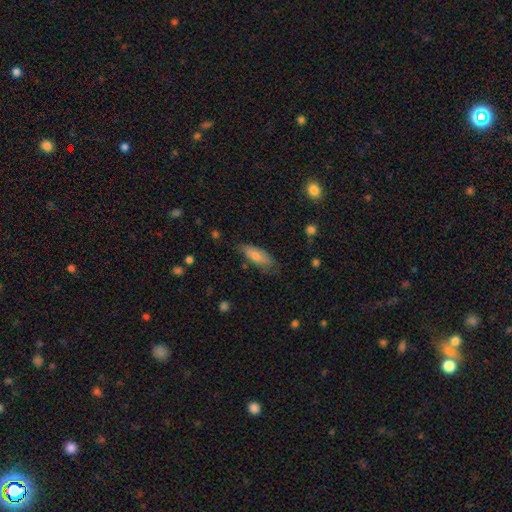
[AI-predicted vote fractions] A smooth galaxy with no disk features (72%) that is in between round and cigar-shaped (64%). Merging: none (69%).